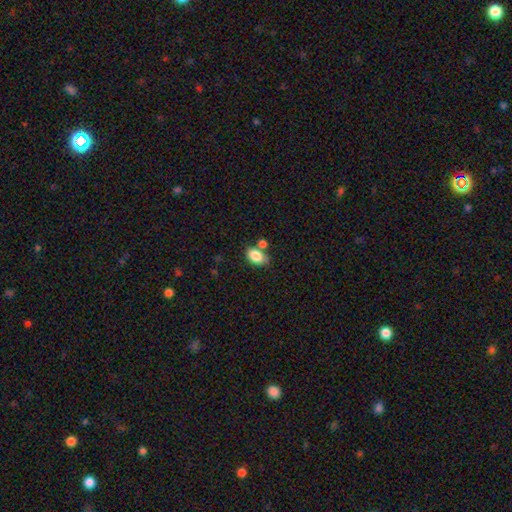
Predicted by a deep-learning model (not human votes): Smooth or featured? Predicted: smooth (p=0.84). How rounded? Predicted: in between (p=0.88). Merging? Predicted: none (p=0.56).